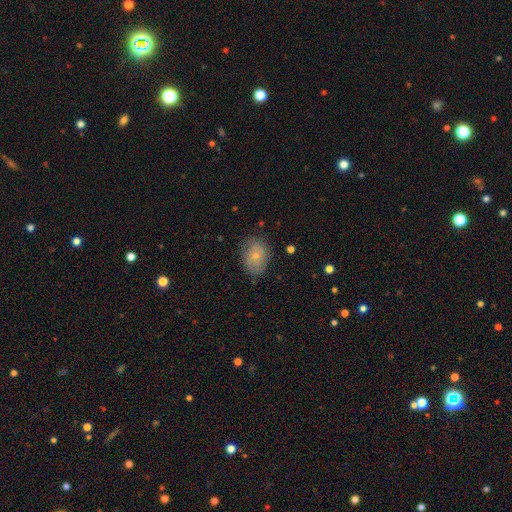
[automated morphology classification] The model was most divided on "smooth or featured": smooth: 62%, featured or disk: 30%, star or artifact: 8%. More confident: merging — none (74%); how rounded — in between (71%).